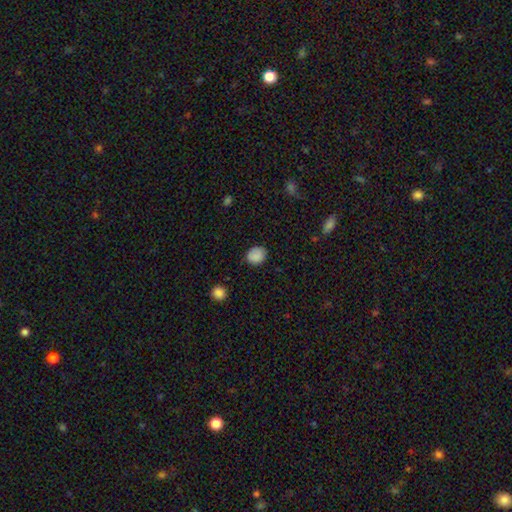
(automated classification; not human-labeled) Smooth or featured: smooth — 86% (star or artifact — 10%)
How rounded: round — 74% (in between — 25%)
Merging: none — 81% (minor disturbance — 14%)